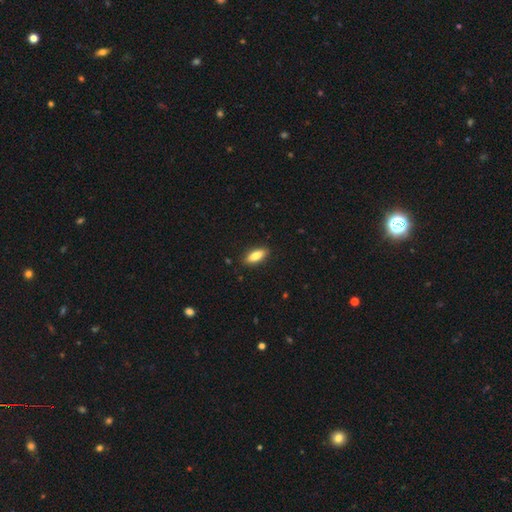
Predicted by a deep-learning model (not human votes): Q: Smooth or featured?
A: smooth (83%); runner-up: featured or disk (11%)
Q: How rounded?
A: in between (73%); runner-up: cigar-shaped (25%)
Q: Merging?
A: none (88%); runner-up: minor disturbance (9%)